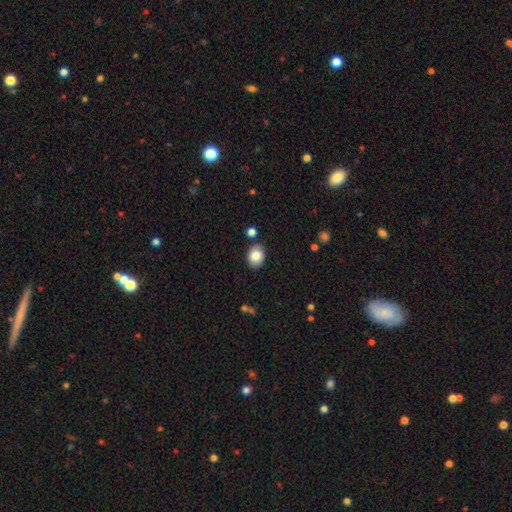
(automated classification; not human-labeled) This appears to be a smooth galaxy with no disk features (84%) that is in between round and cigar-shaped (58%). Merging: none (84%).